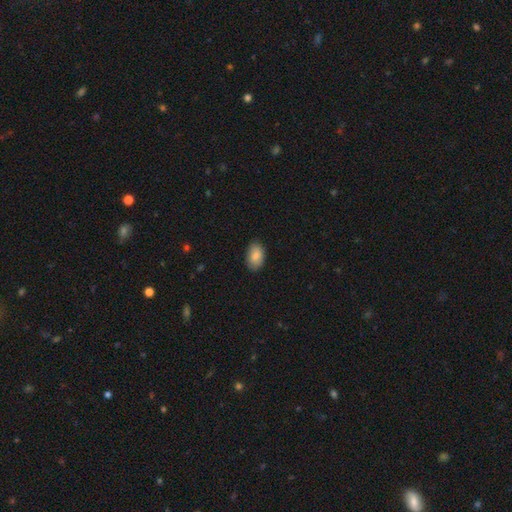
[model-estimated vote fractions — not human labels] Smooth or featured? smooth (86%)
How rounded? in between (92%)
Merging? none (84%)